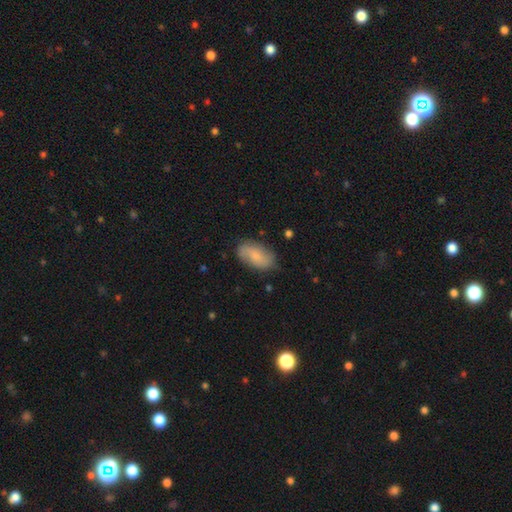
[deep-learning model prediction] Smooth or featured: smooth — 58% (featured or disk — 35%)
How rounded: in between — 92% (round — 5%)
Merging: none — 78% (minor disturbance — 17%)